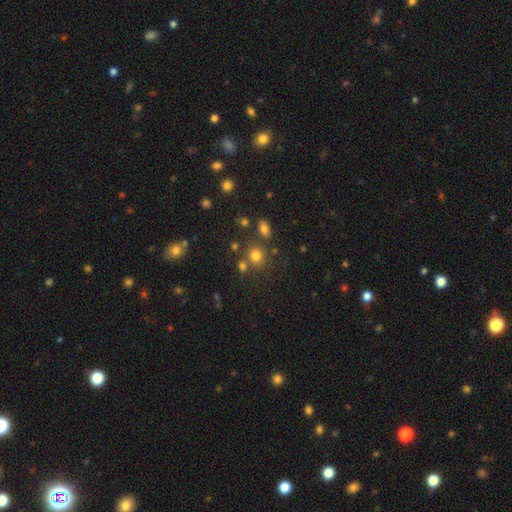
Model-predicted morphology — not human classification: smooth-or-featured: smooth: 74% | star or artifact: 18% | featured or disk: 8%
  how-rounded: round: 85% | in between: 14% | cigar-shaped: 1%
  merging: none: 71% | merger: 15% | minor disturbance: 10% | major disturbance: 5%